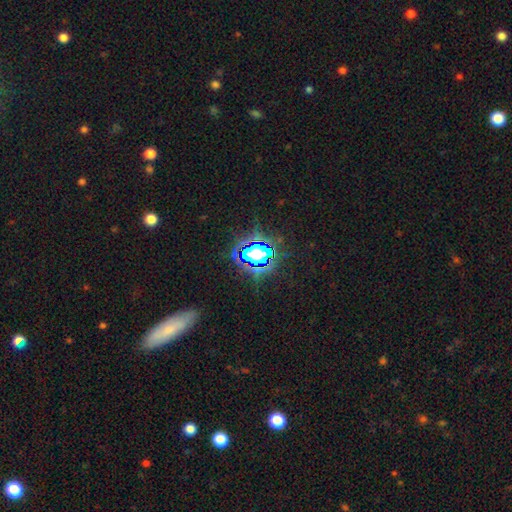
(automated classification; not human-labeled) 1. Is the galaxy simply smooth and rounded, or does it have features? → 69% star or artifact, 19% smooth, 12% featured or disk.